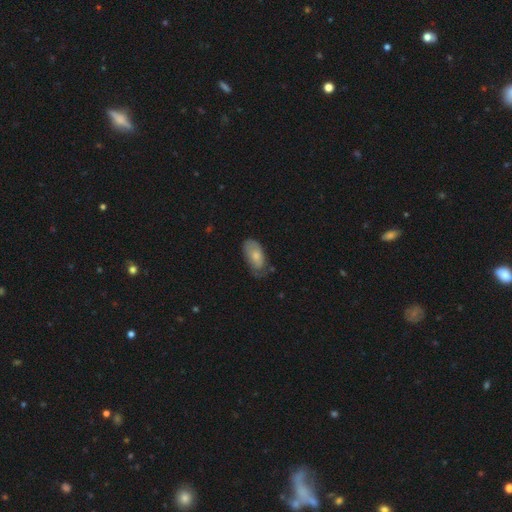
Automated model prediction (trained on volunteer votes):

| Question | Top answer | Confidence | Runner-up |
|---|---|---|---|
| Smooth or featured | smooth | 72% | featured or disk (22%) |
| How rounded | in between | 93% | cigar-shaped (4%) |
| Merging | none | 51% | minor disturbance (36%) |